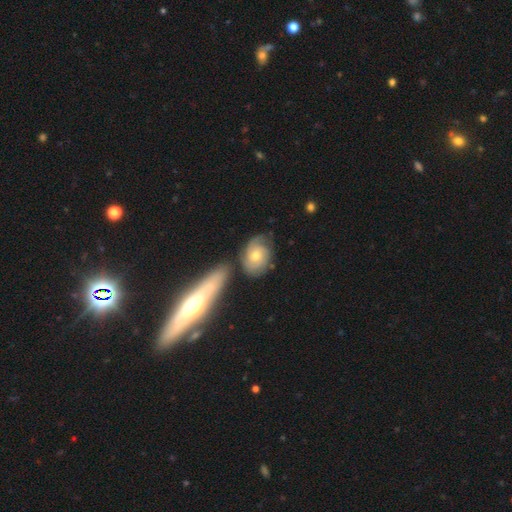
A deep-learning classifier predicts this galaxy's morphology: featured or disk 56%, smooth 37%, star or artifact 7%. Down the decision tree: edge-on disk — no (91%); bar — no (77%); spiral arms — yes (82%); bulge size — moderate (61%); merging — none (58%).